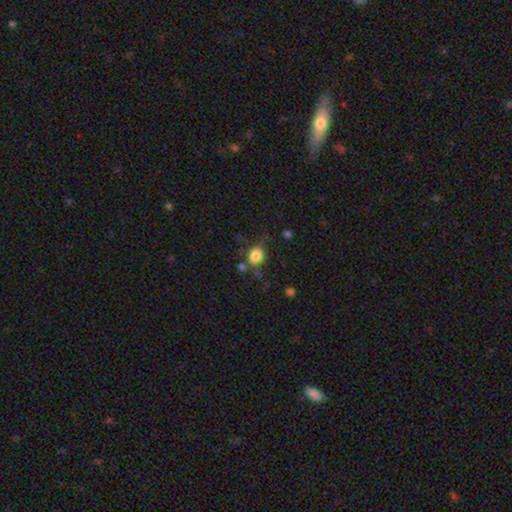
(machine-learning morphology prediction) Smooth or featured? smooth (84%)
How rounded? round (59%)
Merging? none (68%)